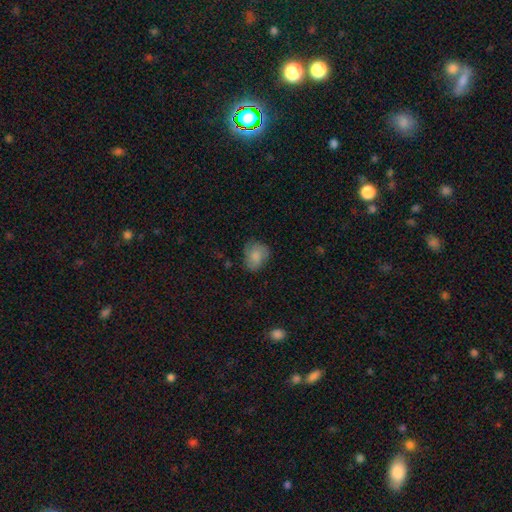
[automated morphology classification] Smooth or featured? smooth (75%)
How rounded? round (53%)
Merging? none (67%)